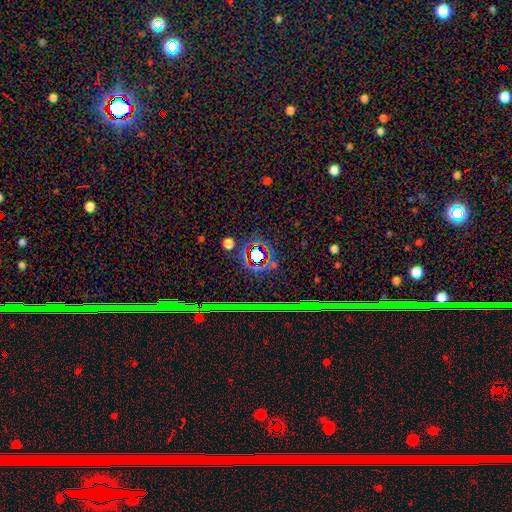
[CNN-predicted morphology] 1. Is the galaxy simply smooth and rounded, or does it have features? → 59% star or artifact, 27% smooth, 15% featured or disk.